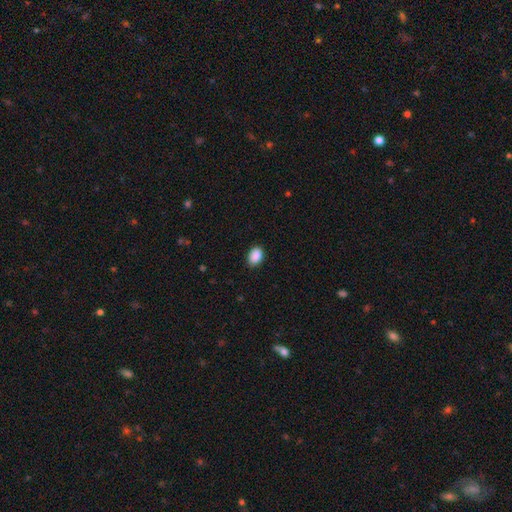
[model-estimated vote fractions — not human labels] The model was most divided on "how rounded": in between: 82%, round: 17%, cigar-shaped: 1%. More confident: smooth or featured — smooth (90%); merging — none (86%).